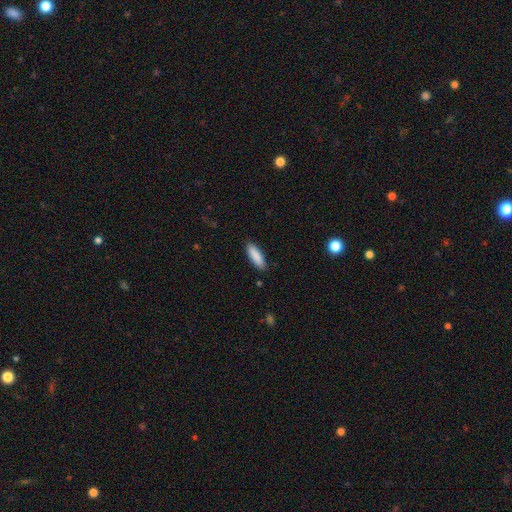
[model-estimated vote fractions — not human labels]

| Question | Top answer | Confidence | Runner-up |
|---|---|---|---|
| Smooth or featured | smooth | 89% | star or artifact (6%) |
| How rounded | in between | 54% | cigar-shaped (45%) |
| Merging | none | 88% | minor disturbance (9%) |